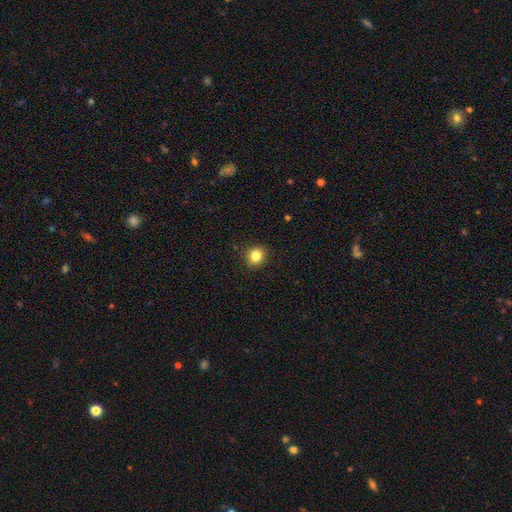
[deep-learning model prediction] A smooth galaxy with no disk features (84%) that is round (86%).

Vote fractions:
- Smooth or featured? smooth: 84% / star or artifact: 11% / featured or disk: 5%
- How rounded? round: 86% / in between: 14% / cigar-shaped: 1%
- Merging? none: 90% / minor disturbance: 7% / major disturbance: 2% / merger: 1%